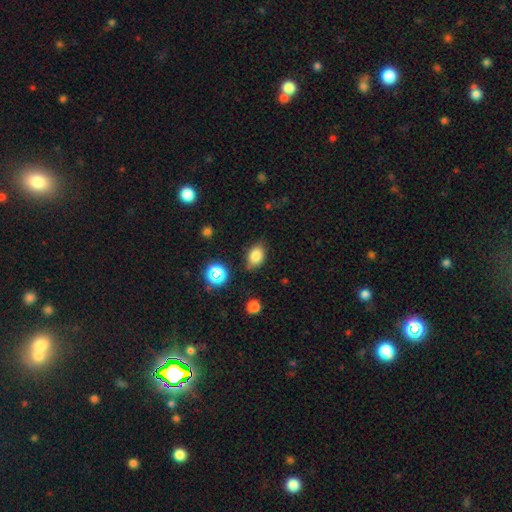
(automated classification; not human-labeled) Smooth or featured: smooth — 80% (star or artifact — 12%)
How rounded: in between — 75% (round — 23%)
Merging: none — 77% (minor disturbance — 16%)